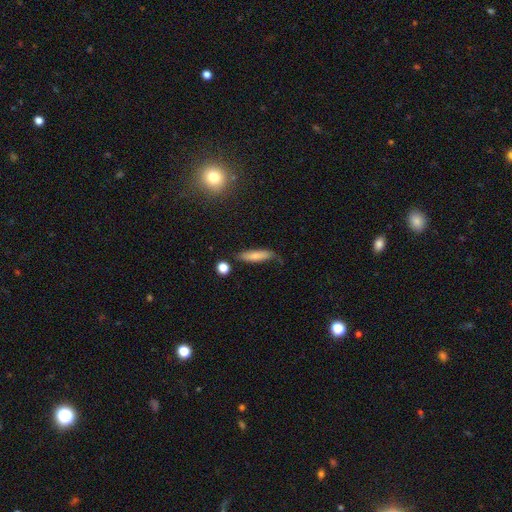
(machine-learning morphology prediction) Smooth or featured? Predicted: smooth (p=0.75). How rounded? Predicted: cigar-shaped (p=0.72). Merging? Predicted: none (p=0.64).